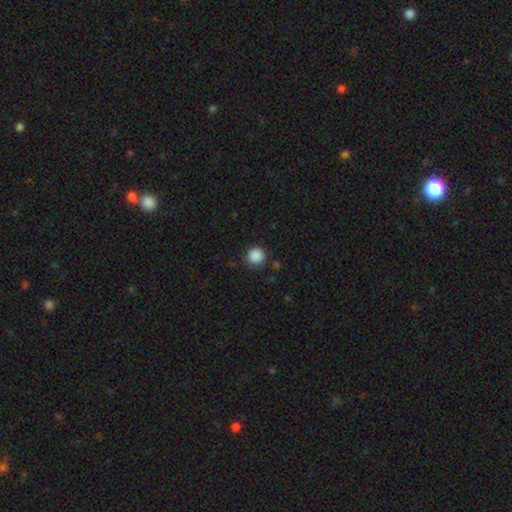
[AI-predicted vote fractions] Morphology: type=smooth (88%); roundness=round (95%); merging=none (87%).